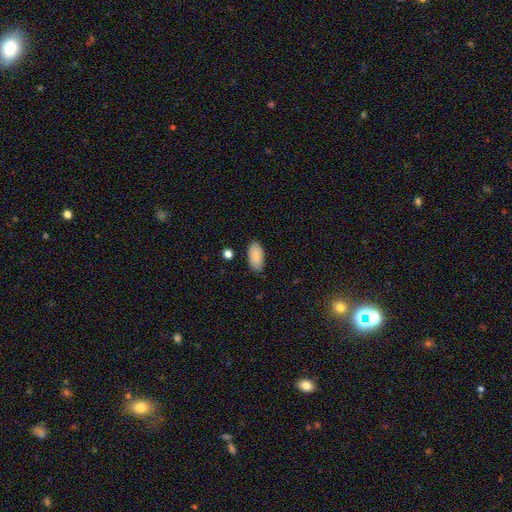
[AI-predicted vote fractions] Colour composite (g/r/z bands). It shows a smooth galaxy with no disk features (86%) that is in between round and cigar-shaped (94%). Merging: none (76%).